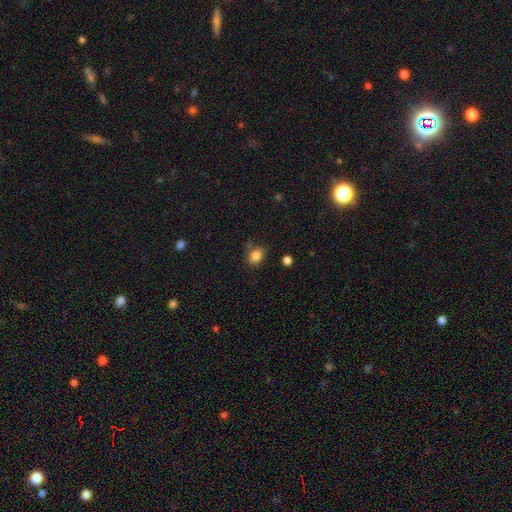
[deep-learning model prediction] smooth_or_featured: smooth (p=0.85) [alt: star or artifact p=0.10]
how_rounded: in between (p=0.68) [alt: round p=0.31]
merging: none (p=0.74) [alt: minor disturbance p=0.16]